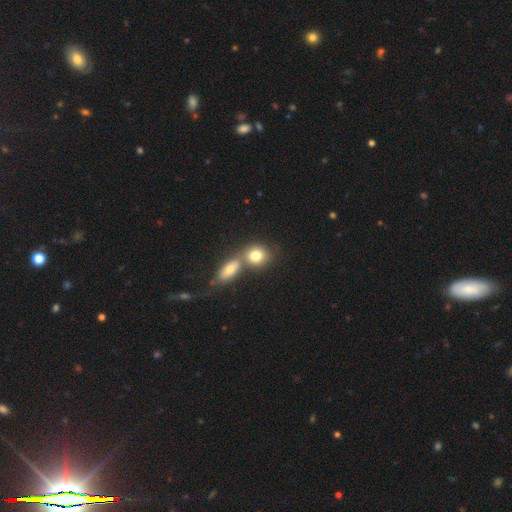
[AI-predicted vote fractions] Smooth or featured? Predicted: smooth (p=0.77). How rounded? Predicted: round (p=0.59). Merging? Predicted: merger (p=0.49).